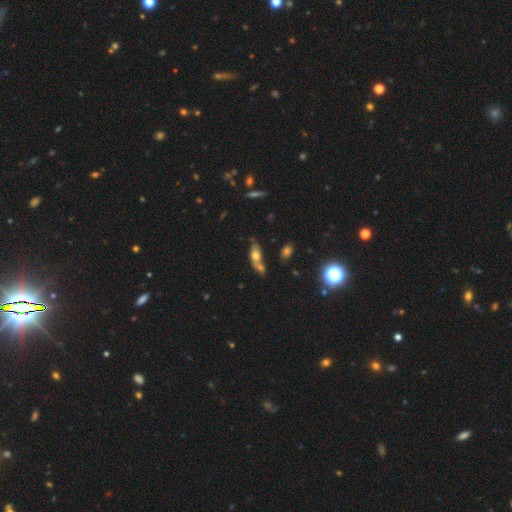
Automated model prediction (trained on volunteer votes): This is possibly a smooth galaxy (56%). How rounded: likely in between (76%). Merging: possibly merger (49%).